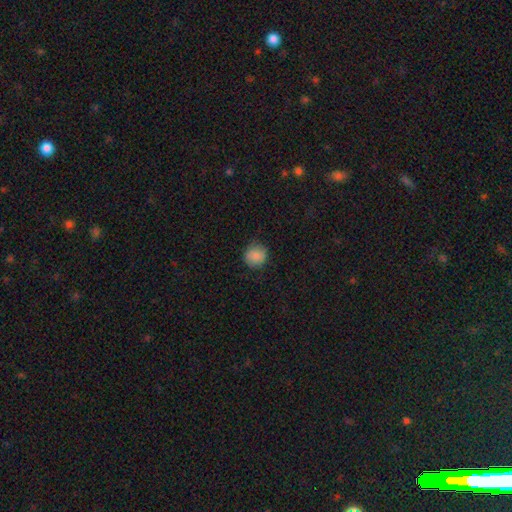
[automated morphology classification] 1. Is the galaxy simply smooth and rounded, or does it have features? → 86% smooth, 8% star or artifact, 6% featured or disk.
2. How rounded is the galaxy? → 89% round, 10% in between, 1% cigar-shaped.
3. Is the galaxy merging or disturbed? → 82% none, 14% minor disturbance, 4% major disturbance, 1% merger.